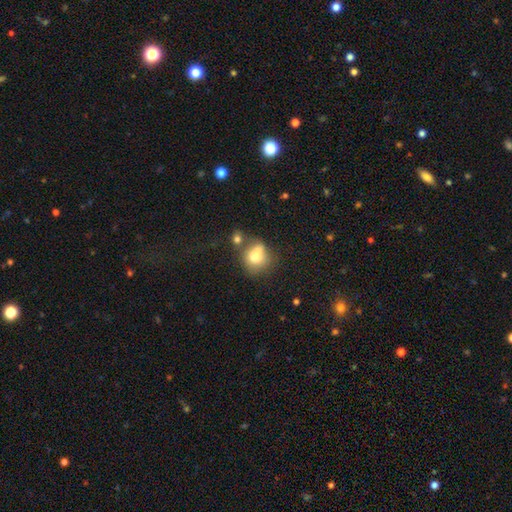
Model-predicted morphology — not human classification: type=smooth (72%); roundness=round (51%); merging=none (36%).